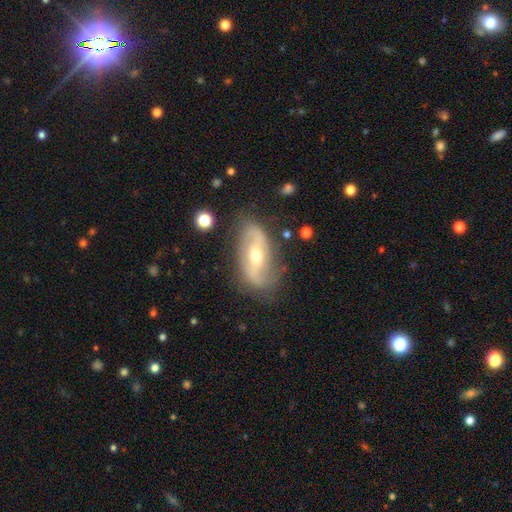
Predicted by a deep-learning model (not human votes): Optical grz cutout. It shows a featured or disk galaxy (77%) with a weak bar (37%), 2 (82%) loose (46%) spiral arms (81%) and a moderate central bulge (62%). Merging: none (73%).